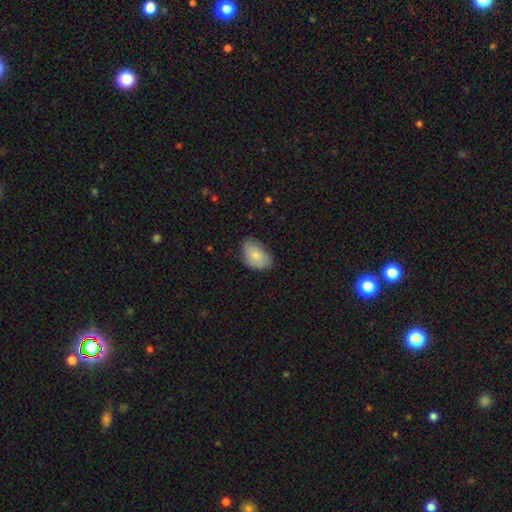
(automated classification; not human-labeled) The model was most divided on "merging": none: 67%, minor disturbance: 27%, major disturbance: 5%, merger: 1%. More confident: how rounded — in between (89%); smooth or featured — smooth (80%).